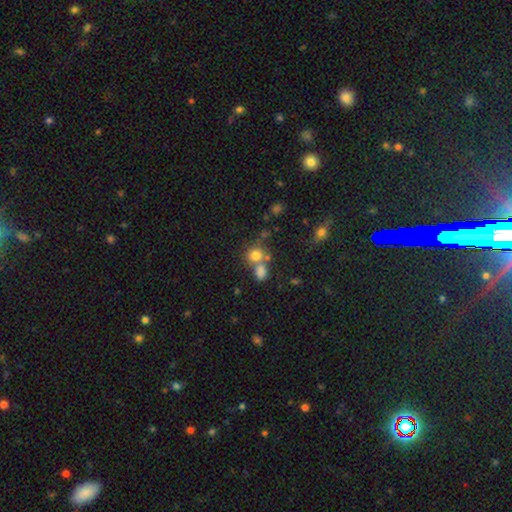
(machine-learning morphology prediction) smooth_or_featured: smooth (p=0.77) [alt: star or artifact p=0.14]
how_rounded: round (p=0.78) [alt: in between p=0.21]
merging: none (p=0.48) [alt: merger p=0.39]